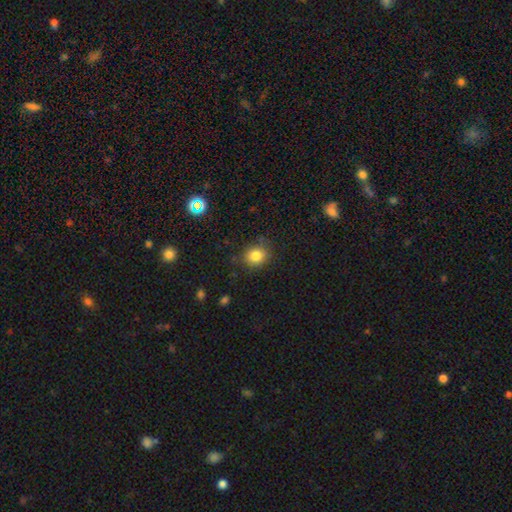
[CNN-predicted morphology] smooth-or-featured: smooth: 83% | star or artifact: 12% | featured or disk: 6%
  how-rounded: round: 73% | in between: 26% | cigar-shaped: 1%
  merging: none: 81% | minor disturbance: 14% | major disturbance: 4% | merger: 2%